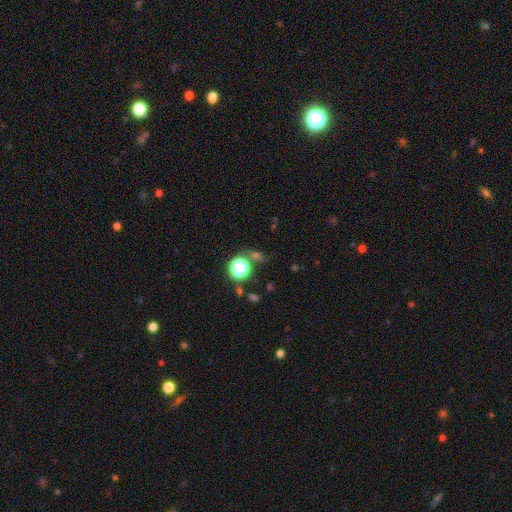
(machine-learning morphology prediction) Q: Smooth or featured?
A: star or artifact (49%); runner-up: smooth (40%)